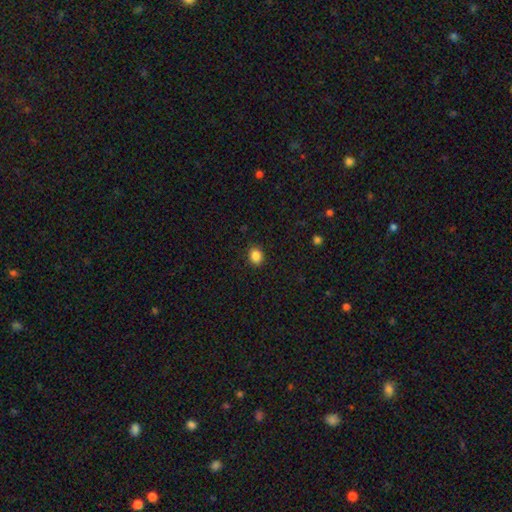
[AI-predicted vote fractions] smooth 86%, star or artifact 10%, featured or disk 4%. Down the decision tree: how rounded — round (58%); merging — none (89%).